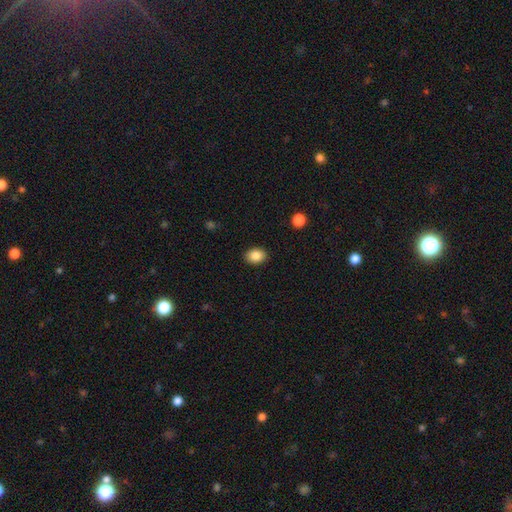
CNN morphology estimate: Overall: smooth (86%). How rounded: in between (66%; round 33%). Merging: none (89%).